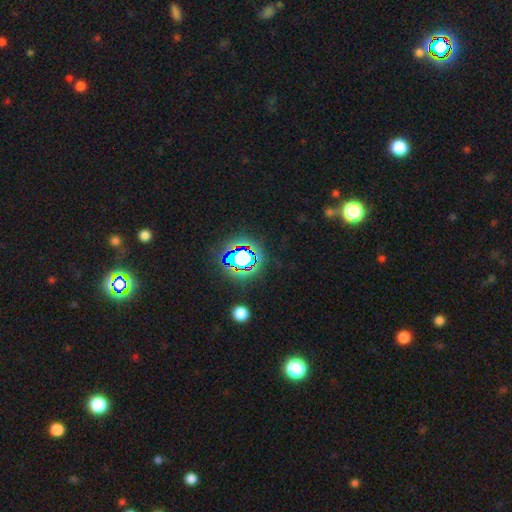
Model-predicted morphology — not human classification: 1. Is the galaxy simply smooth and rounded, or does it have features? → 77% star or artifact, 15% smooth, 8% featured or disk.